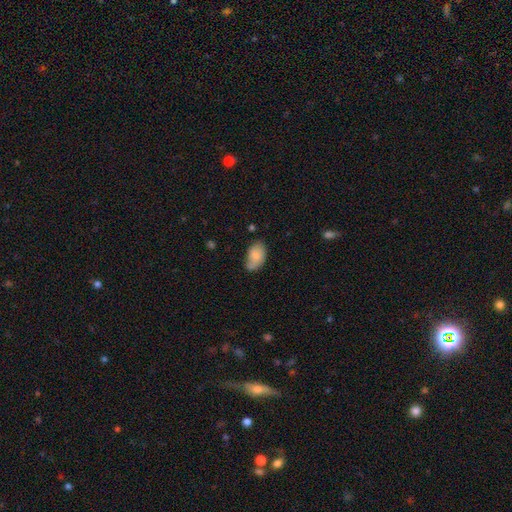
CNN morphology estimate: type=smooth (78%); roundness=in between (93%); merging=none (61%).